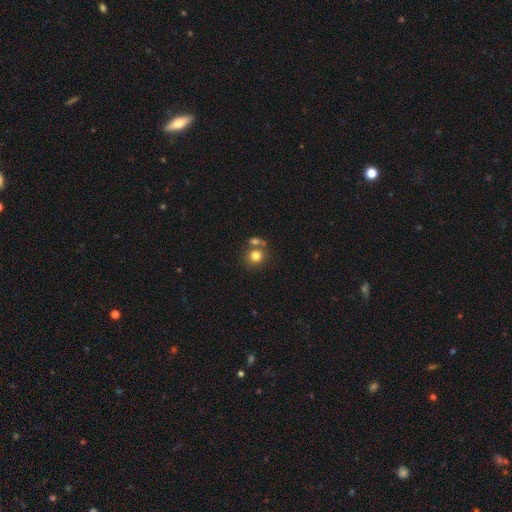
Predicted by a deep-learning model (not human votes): smooth_or_featured: smooth (p=0.80) [alt: star or artifact p=0.11]
how_rounded: round (p=0.83) [alt: in between p=0.16]
merging: none (p=0.58) [alt: merger p=0.28]